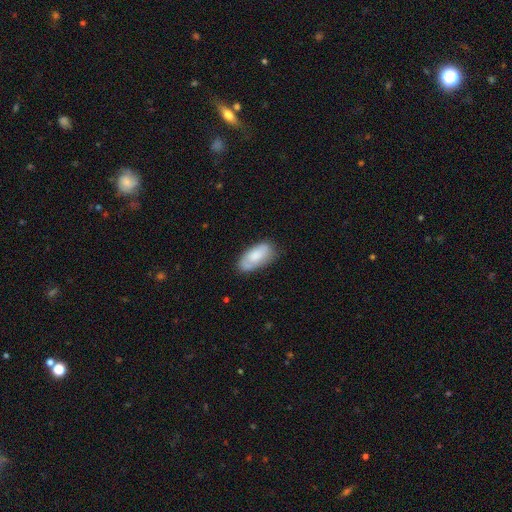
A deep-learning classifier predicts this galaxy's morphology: The model was most divided on "smooth or featured": smooth: 69%, featured or disk: 25%, star or artifact: 6%. More confident: how rounded — in between (92%); merging — none (69%).